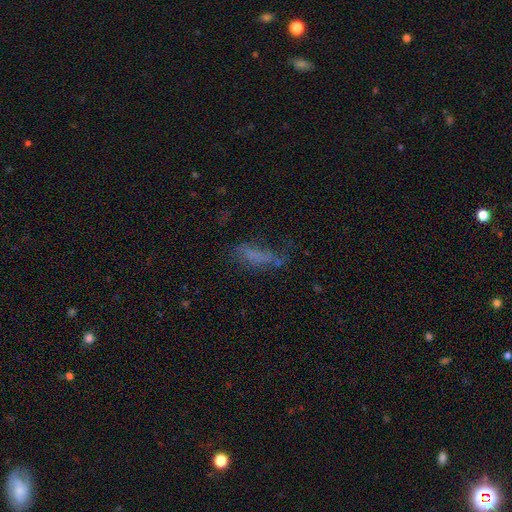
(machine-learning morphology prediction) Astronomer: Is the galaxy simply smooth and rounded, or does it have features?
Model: smooth — 54%.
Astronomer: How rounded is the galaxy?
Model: in between — 55% (runner-up: cigar-shaped, 41%).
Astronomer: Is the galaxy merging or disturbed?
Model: none — 38% (runner-up: major disturbance, 31%).